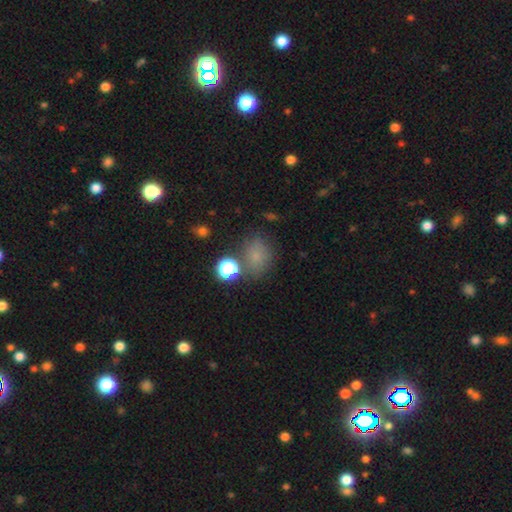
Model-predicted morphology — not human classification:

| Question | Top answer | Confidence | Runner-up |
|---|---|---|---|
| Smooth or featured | smooth | 71% | star or artifact (20%) |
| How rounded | round | 50% | in between (49%) |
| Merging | none | 65% | minor disturbance (17%) |